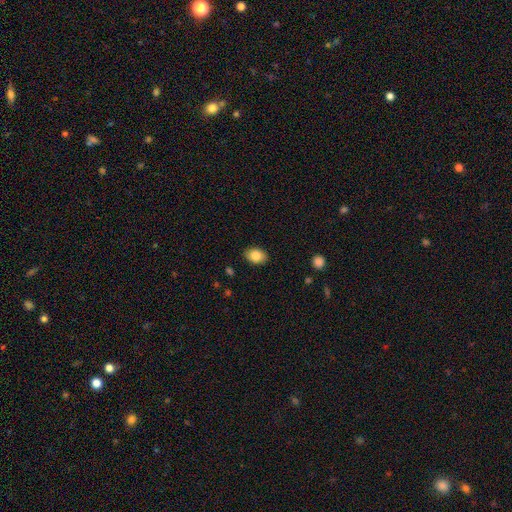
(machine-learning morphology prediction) A smooth galaxy with no disk features (85%) that is in between round and cigar-shaped (79%). Merging: none (87%).